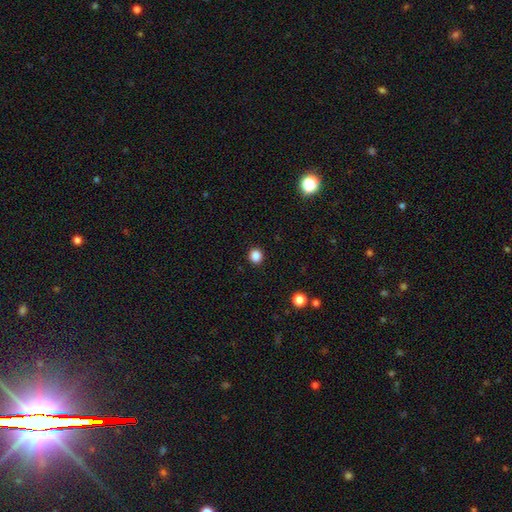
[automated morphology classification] Smooth or featured: smooth — 86% (star or artifact — 11%)
How rounded: round — 91% (in between — 9%)
Merging: none — 92% (minor disturbance — 5%)